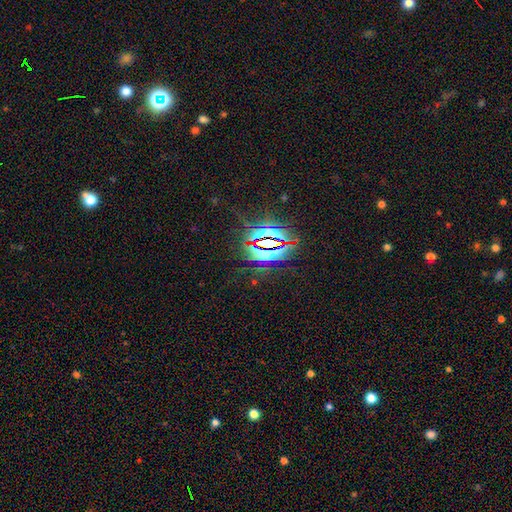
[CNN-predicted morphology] Smooth or featured: star or artifact — 84% (featured or disk — 8%)